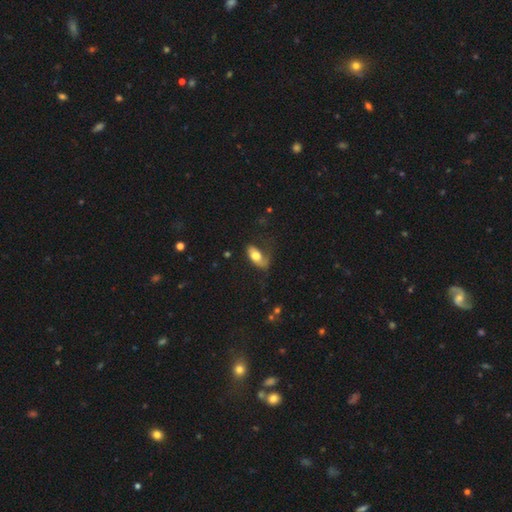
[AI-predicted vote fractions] A smooth galaxy with no disk features (67%) that is in between round and cigar-shaped (85%).

Vote fractions:
- Smooth or featured? smooth: 67% / featured or disk: 26% / star or artifact: 7%
- How rounded? in between: 85% / cigar-shaped: 11% / round: 4%
- Merging? none: 39% / minor disturbance: 30% / major disturbance: 28% / merger: 3%